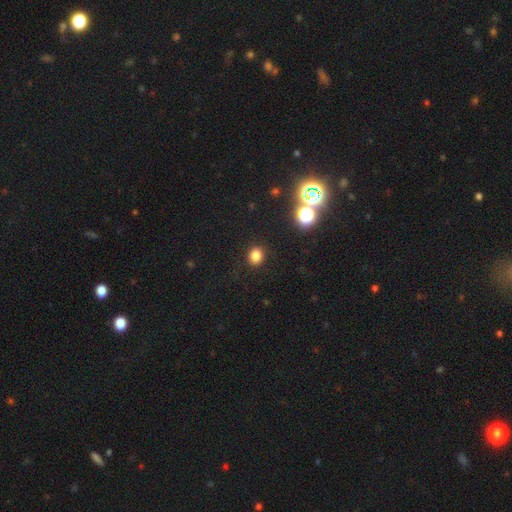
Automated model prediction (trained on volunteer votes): Overall: smooth (80%). How rounded: round (64%; in between 35%). Merging: none (90%).